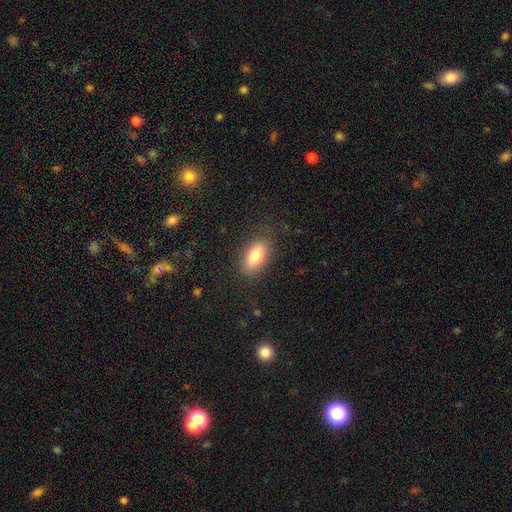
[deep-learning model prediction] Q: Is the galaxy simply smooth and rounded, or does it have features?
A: smooth — 79%.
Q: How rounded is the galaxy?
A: in between — 89%.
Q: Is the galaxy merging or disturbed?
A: none — 83%.